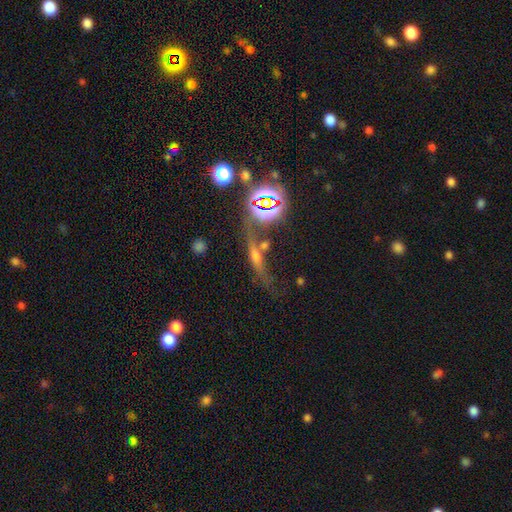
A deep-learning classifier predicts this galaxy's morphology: The model was most divided on "smooth or featured": featured or disk: 38%, star or artifact: 32%, smooth: 30%. More confident: merging — none (58%).